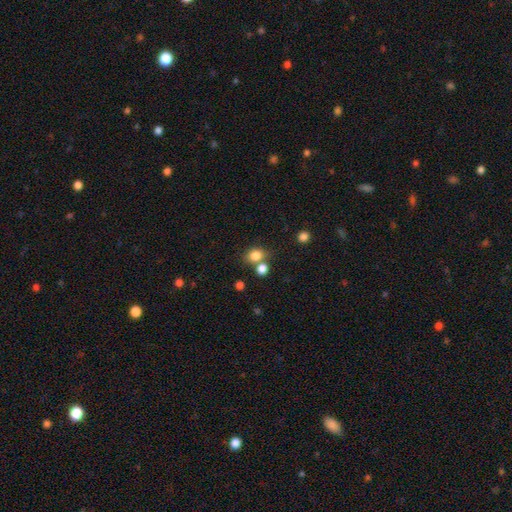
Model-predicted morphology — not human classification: smooth_or_featured: smooth (p=0.81) [alt: star or artifact p=0.12]
how_rounded: round (p=0.54) [alt: in between p=0.45]
merging: none (p=0.55) [alt: merger p=0.29]